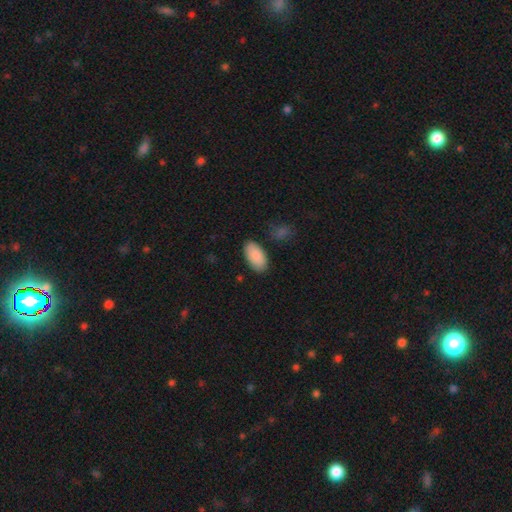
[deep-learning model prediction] A smooth galaxy with no disk features (90%) that is in between round and cigar-shaped (95%).

Vote fractions:
- Smooth or featured? smooth: 90% / star or artifact: 6% / featured or disk: 4%
- How rounded? in between: 95% / cigar-shaped: 3% / round: 2%
- Merging? none: 84% / minor disturbance: 11% / major disturbance: 3% / merger: 2%